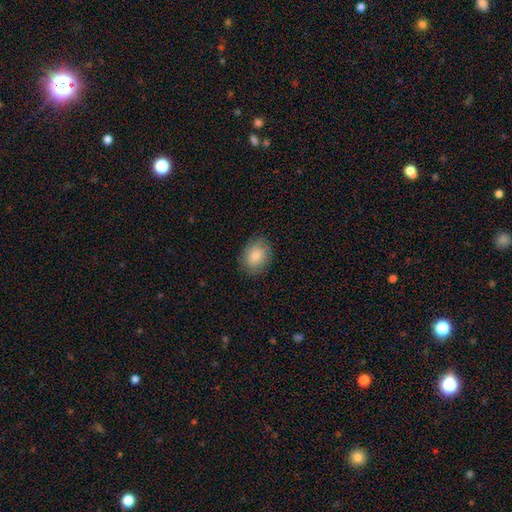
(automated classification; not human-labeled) Q: Smooth or featured?
A: smooth (82%); runner-up: featured or disk (11%)
Q: How rounded?
A: in between (57%); runner-up: round (42%)
Q: Merging?
A: none (84%); runner-up: minor disturbance (12%)